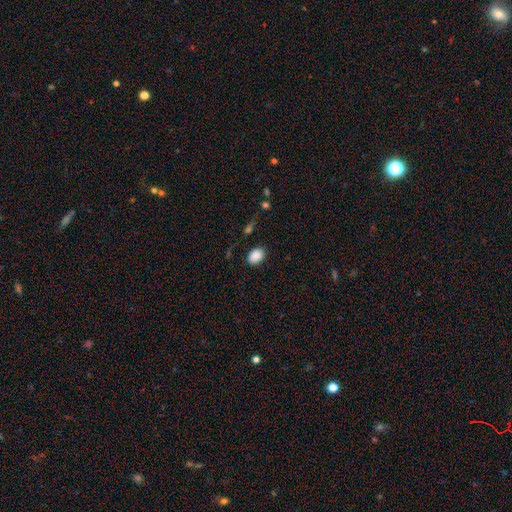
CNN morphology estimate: type=smooth (88%); roundness=in between (76%); merging=none (83%).